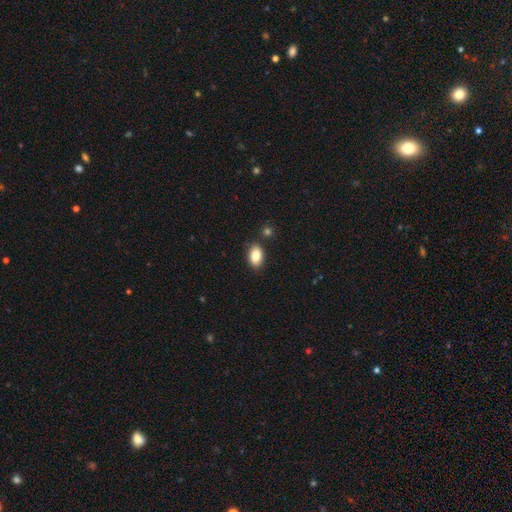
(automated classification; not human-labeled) This is clearly a smooth galaxy (86%). How rounded: clearly in between (89%). Merging: clearly none (83%).